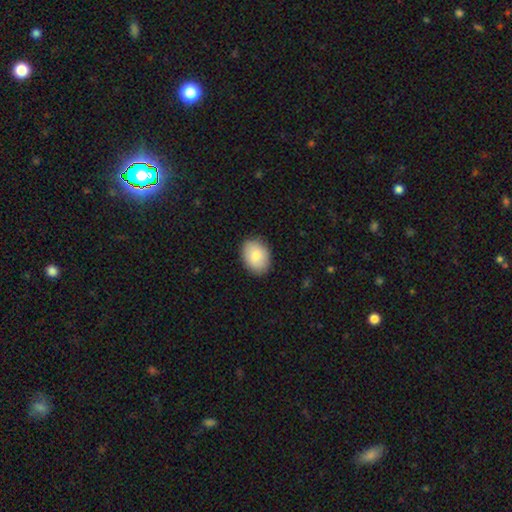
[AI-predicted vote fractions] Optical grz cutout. It shows a smooth galaxy with no disk features (82%) that is in between round and cigar-shaped (71%). Merging: none (87%).